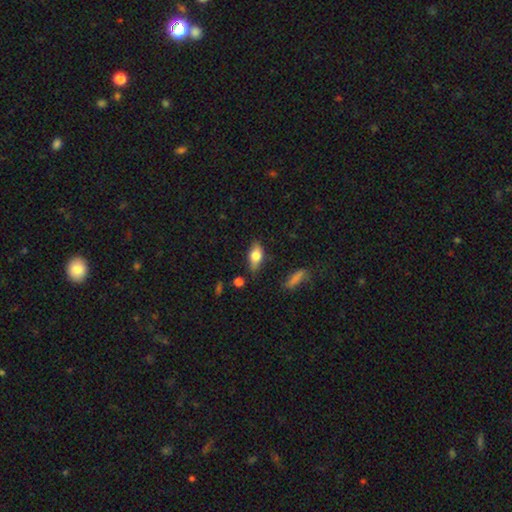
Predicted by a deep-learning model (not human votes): Smooth or featured? smooth (68%)
How rounded? in between (82%)
Merging? none (75%)